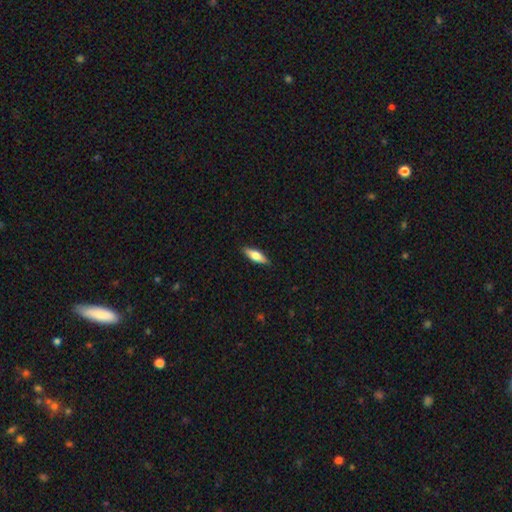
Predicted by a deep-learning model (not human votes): Smooth or featured: smooth — 63% (featured or disk — 31%)
How rounded: in between — 52% (cigar-shaped — 46%)
Merging: none — 88% (minor disturbance — 9%)